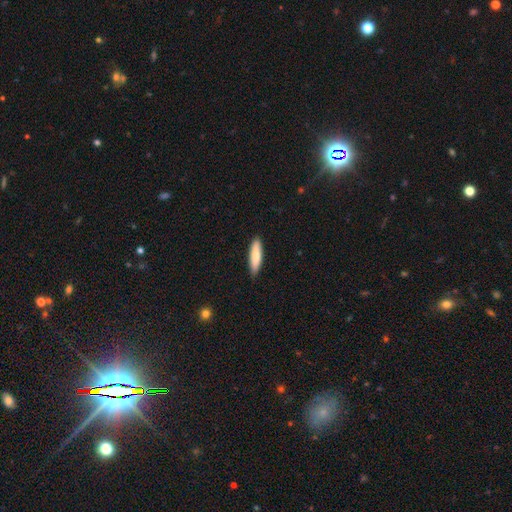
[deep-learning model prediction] smooth 81%, featured or disk 14%, star or artifact 5%. Down the decision tree: how rounded — cigar-shaped (72%); merging — none (86%).